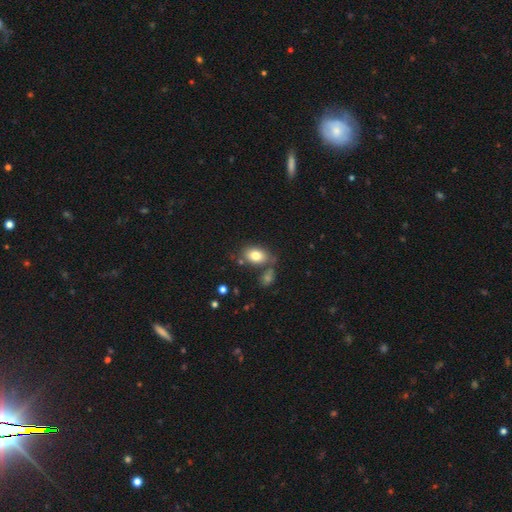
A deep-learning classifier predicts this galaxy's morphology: Smooth or featured: smooth — 80% (featured or disk — 12%)
How rounded: in between — 84% (round — 14%)
Merging: none — 65% (minor disturbance — 16%)